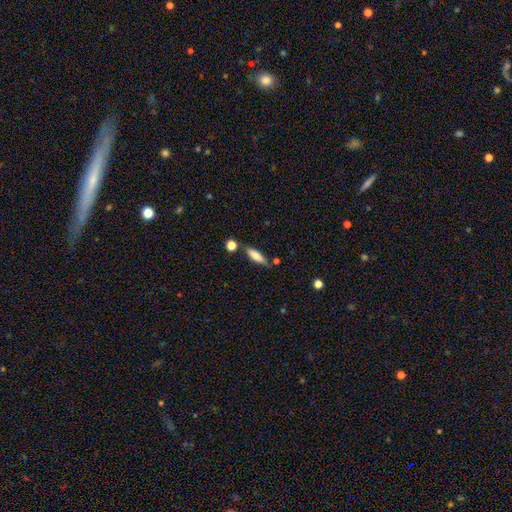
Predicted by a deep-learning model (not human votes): Morphology: type=smooth (72%); roundness=cigar-shaped (64%); merging=none (73%).